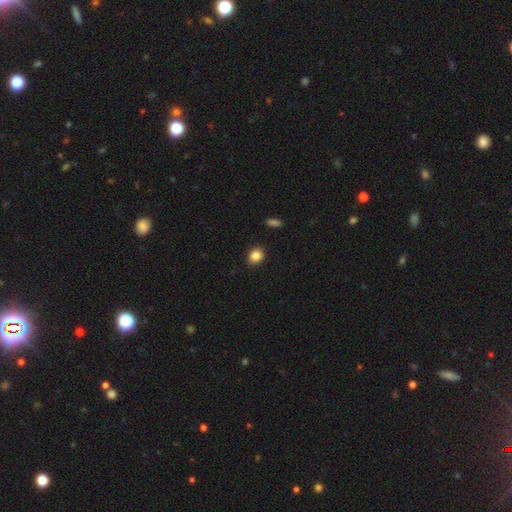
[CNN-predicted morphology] The model was most divided on "how rounded": round: 68%, in between: 31%, cigar-shaped: 1%. More confident: merging — none (90%); smooth or featured — smooth (86%).